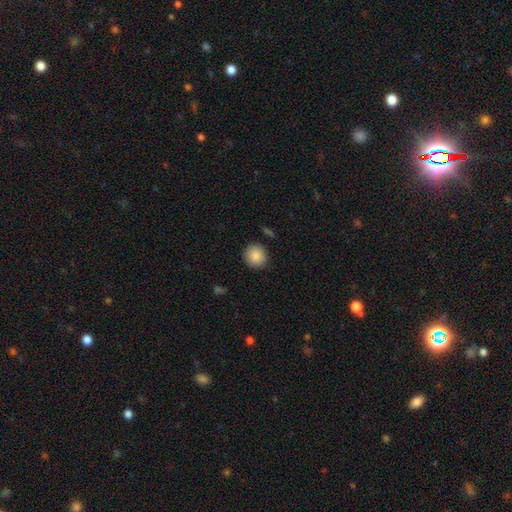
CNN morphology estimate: This is clearly a smooth galaxy (88%). How rounded: clearly round (89%). Merging: clearly none (88%).